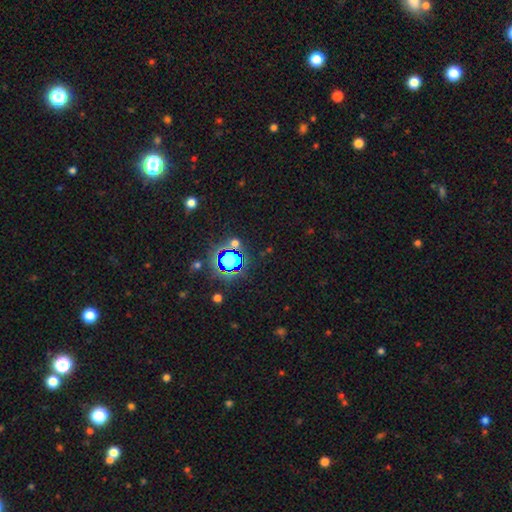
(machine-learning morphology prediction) smooth-or-featured: star or artifact: 81% | smooth: 11% | featured or disk: 8%